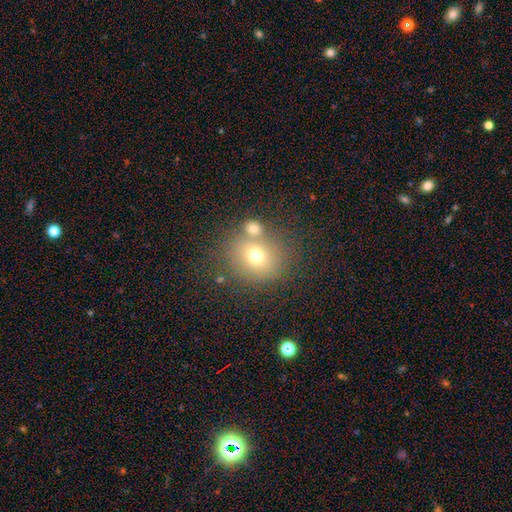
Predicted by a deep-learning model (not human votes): smooth 67%, featured or disk 17%, star or artifact 16%. Down the decision tree: how rounded — round (79%); merging — none (60%).